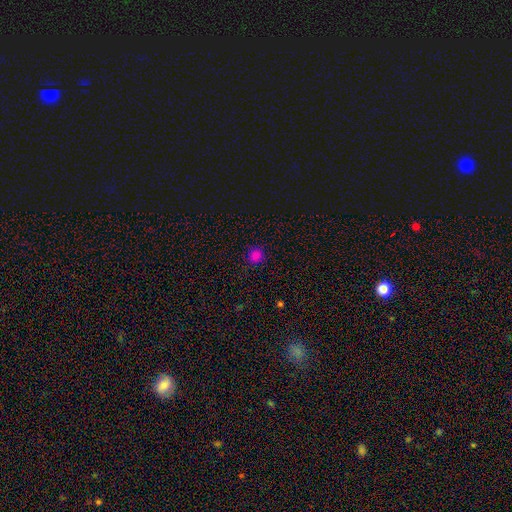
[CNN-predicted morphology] Smooth or featured? smooth (80%)
How rounded? round (89%)
Merging? none (89%)